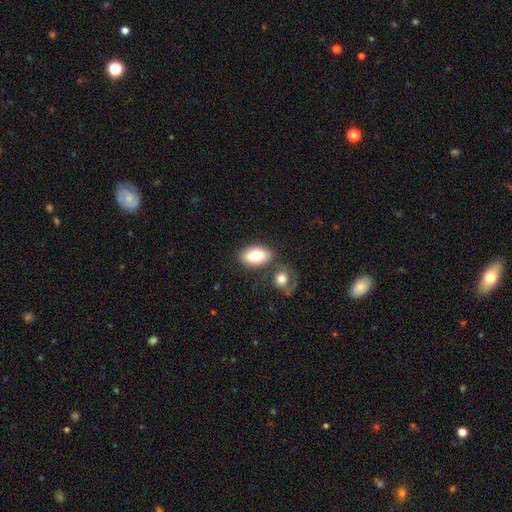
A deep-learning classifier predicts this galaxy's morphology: type=smooth (83%); roundness=in between (92%); merging=none (60%).